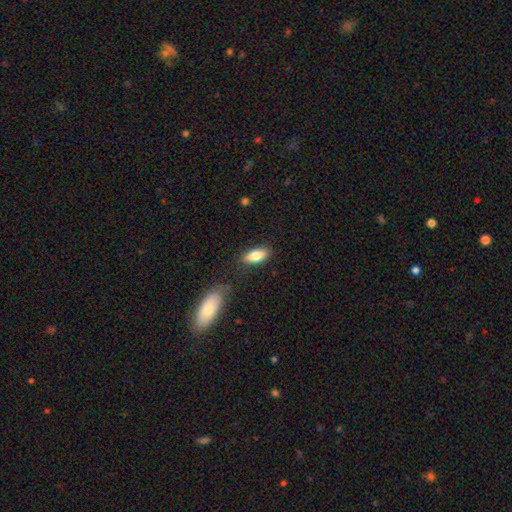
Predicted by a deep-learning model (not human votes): smooth-or-featured: smooth: 81% | featured or disk: 13% | star or artifact: 7%
  how-rounded: in between: 83% | cigar-shaped: 14% | round: 3%
  merging: none: 82% | minor disturbance: 12% | merger: 3% | major disturbance: 3%